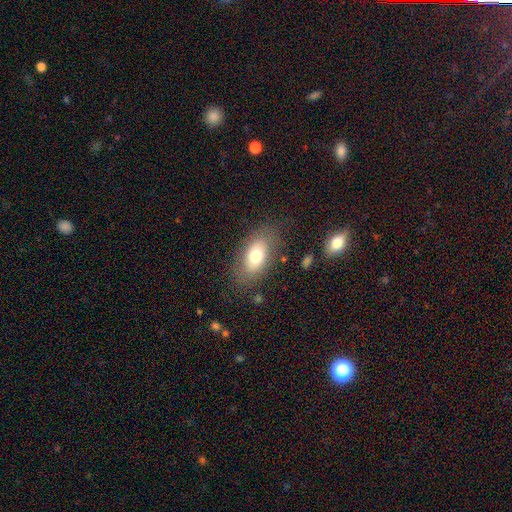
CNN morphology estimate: A smooth galaxy with no disk features (71%) that is in between round and cigar-shaped (90%). Merging: none (77%).